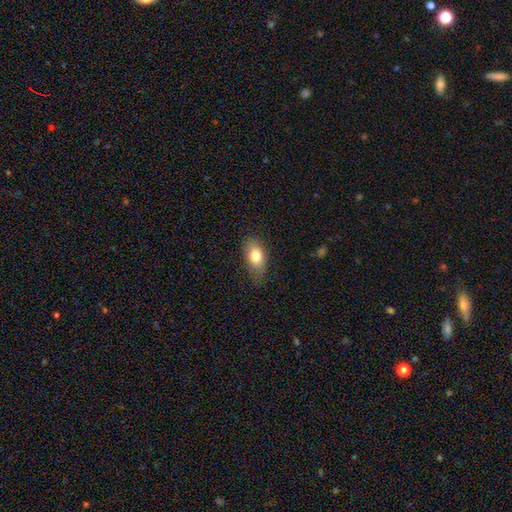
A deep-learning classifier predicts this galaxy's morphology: Overall: smooth (78%). How rounded: in between (87%). Merging: none (70%).